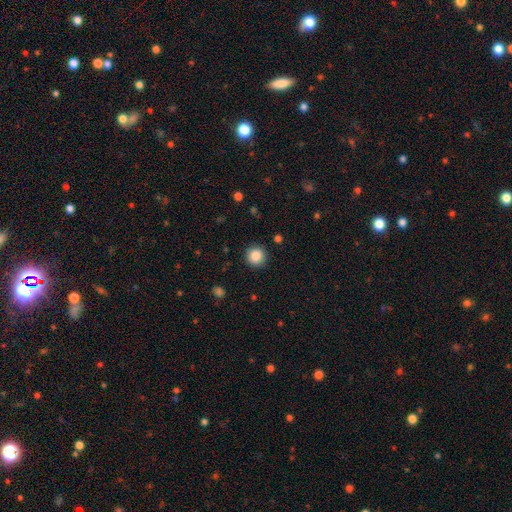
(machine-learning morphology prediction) Smooth or featured: smooth — 87% (star or artifact — 9%)
How rounded: round — 94% (in between — 5%)
Merging: none — 91% (minor disturbance — 6%)